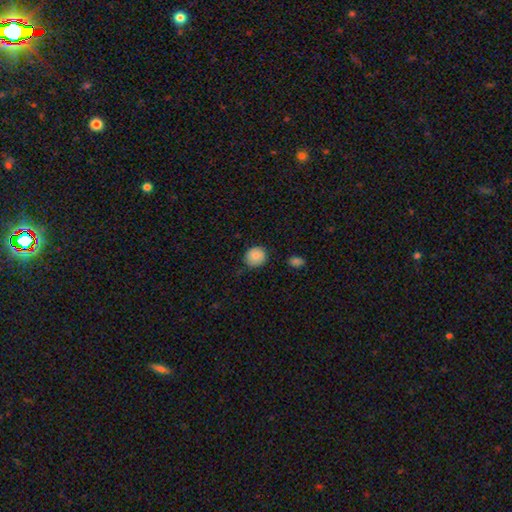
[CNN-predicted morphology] Overall: smooth (83%). How rounded: round (86%). Merging: none (76%).